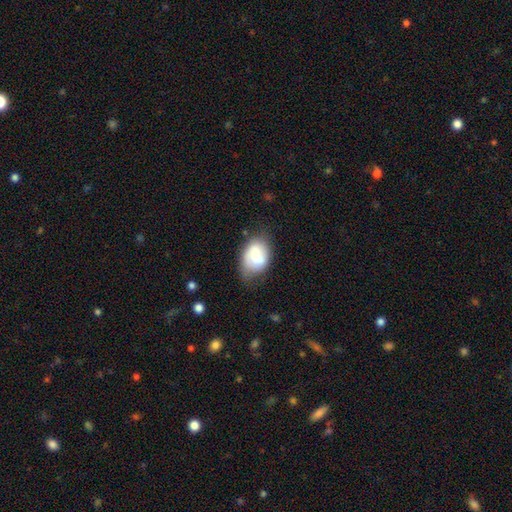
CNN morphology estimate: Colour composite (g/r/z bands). It shows a smooth galaxy with no disk features (64%) that is in between round and cigar-shaped (78%). Merging: none (46%).